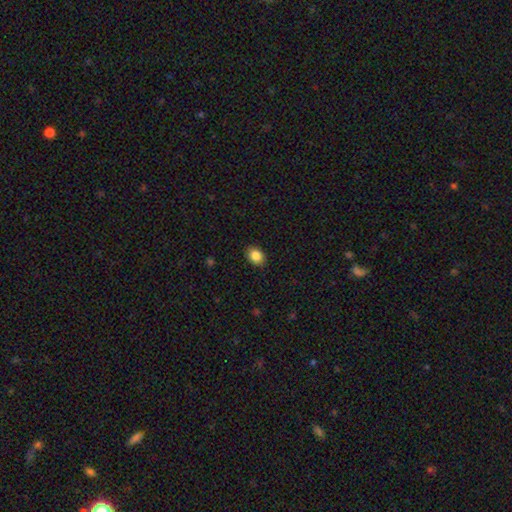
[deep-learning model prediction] This is clearly a smooth galaxy (86%). How rounded: likely in between (66%). Merging: clearly none (88%).